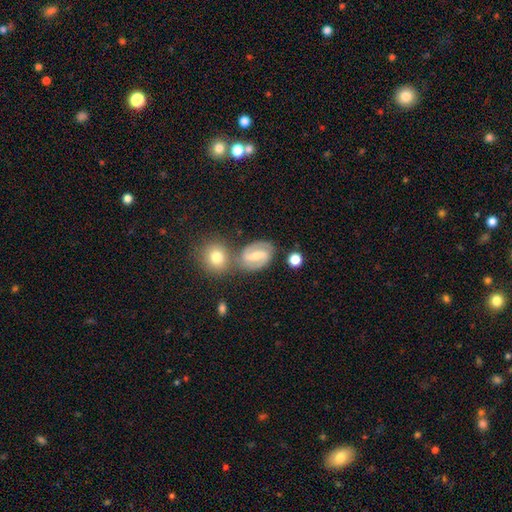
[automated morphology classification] featured or disk 74%, smooth 20%, star or artifact 7%. Down the decision tree: edge-on disk — no (97%); bar — strong (46%); spiral arms — yes (91%); spiral arm count — 2 (90%); spiral winding — medium (54%); bulge size — moderate (49%); merging — none (66%).